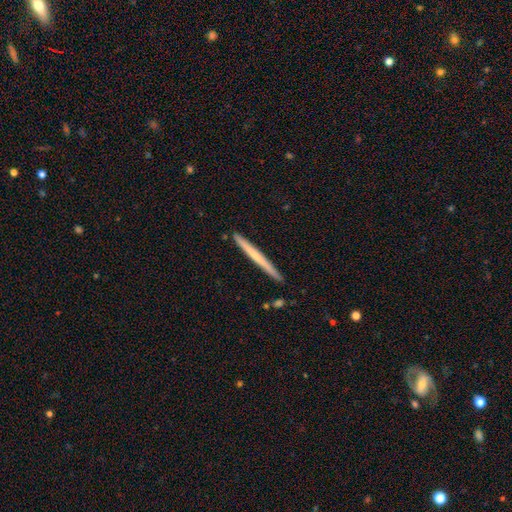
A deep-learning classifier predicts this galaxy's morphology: smooth-or-featured: smooth: 53% | featured or disk: 42% | star or artifact: 5%
  how-rounded: cigar-shaped: 97% | in between: 1% | round: 1%
  merging: none: 92% | minor disturbance: 6% | merger: 1% | major disturbance: 1%